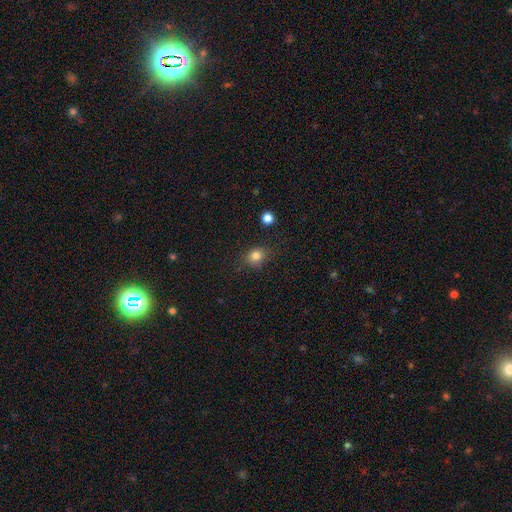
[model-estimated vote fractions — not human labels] A smooth galaxy with no disk features (81%) that is round (71%).

Vote fractions:
- Smooth or featured? smooth: 81% / star or artifact: 13% / featured or disk: 6%
- How rounded? round: 71% / in between: 28% / cigar-shaped: 1%
- Merging? none: 79% / minor disturbance: 14% / major disturbance: 4% / merger: 2%